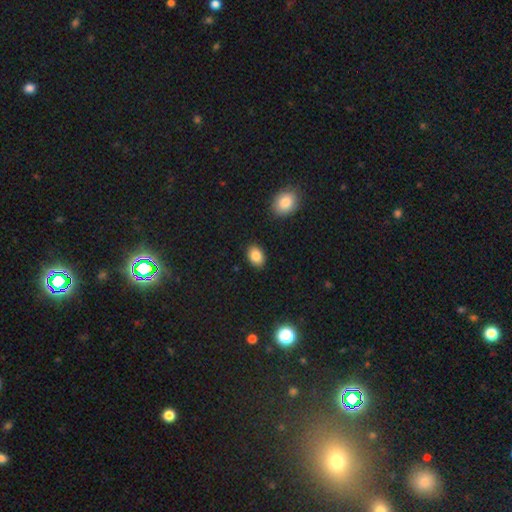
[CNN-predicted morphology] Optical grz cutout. It shows a smooth galaxy with no disk features (86%) that is in between round and cigar-shaped (81%). Merging: none (88%).